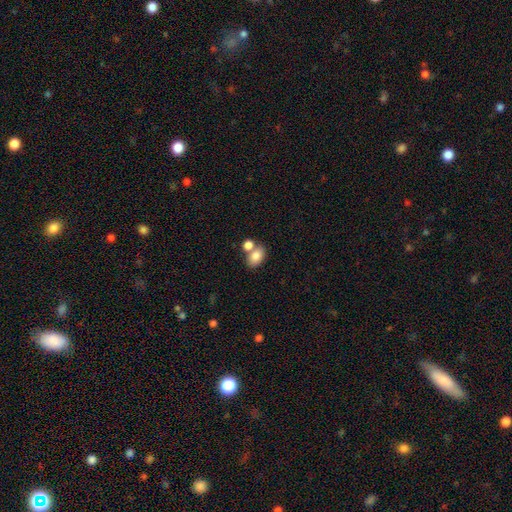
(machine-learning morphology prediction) A smooth galaxy with no disk features (82%) that is in between round and cigar-shaped (80%). Merging: none (46%).